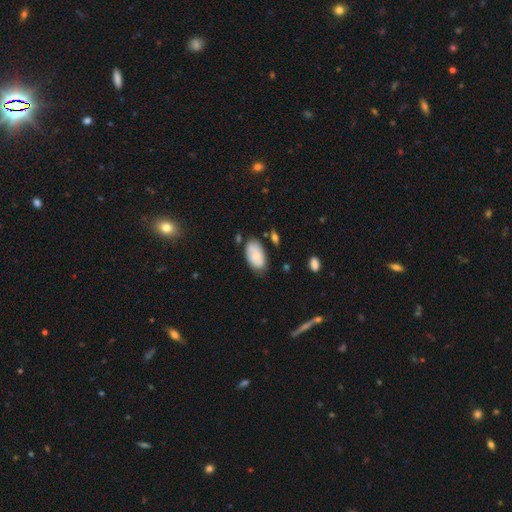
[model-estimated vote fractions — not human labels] Smooth or featured?
  - smooth: 72% *
  - featured or disk: 22%
  - star or artifact: 7%
How rounded?
  - in between: 94% *
  - round: 4%
  - cigar-shaped: 2%
Merging?
  - none: 66% *
  - minor disturbance: 24%
  - merger: 5%
  - major disturbance: 5%